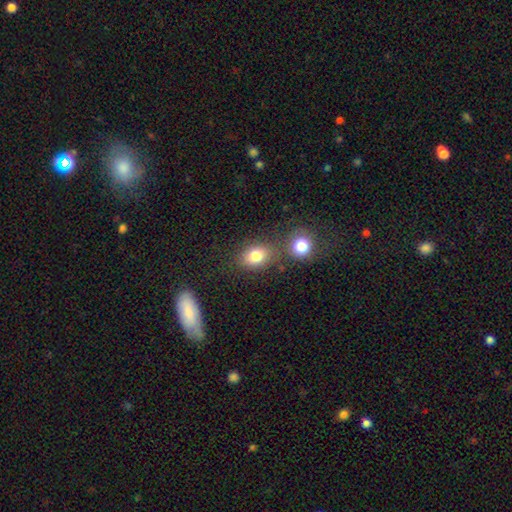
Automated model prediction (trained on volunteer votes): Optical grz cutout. It shows a smooth galaxy with no disk features (80%) that is in between round and cigar-shaped (60%). Merging: none (61%).